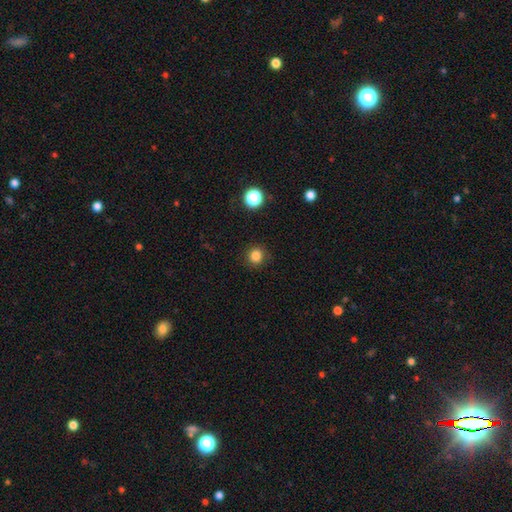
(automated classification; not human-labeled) smooth 84%, star or artifact 12%, featured or disk 4%. Down the decision tree: how rounded — round (92%); merging — none (89%).